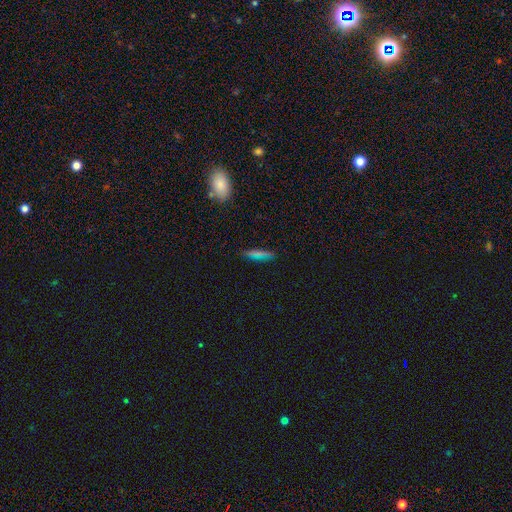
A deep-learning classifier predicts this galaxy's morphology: smooth-or-featured: smooth: 67% | featured or disk: 21% | star or artifact: 12%
  how-rounded: cigar-shaped: 82% | in between: 15% | round: 3%
  merging: none: 86% | minor disturbance: 10% | major disturbance: 2% | merger: 2%